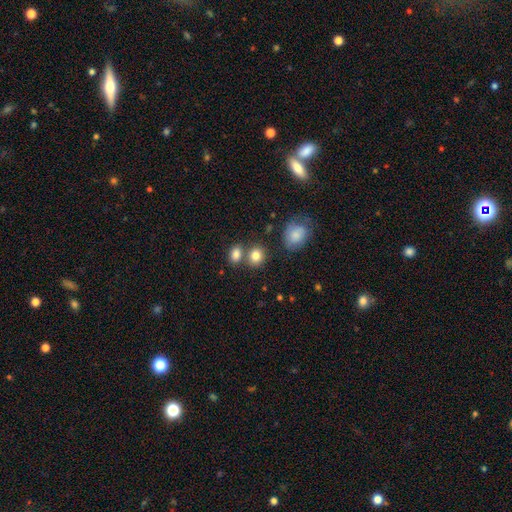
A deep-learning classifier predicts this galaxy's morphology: smooth-or-featured: smooth: 82% | star or artifact: 11% | featured or disk: 7%
  how-rounded: round: 67% | in between: 32% | cigar-shaped: 1%
  merging: none: 61% | merger: 26% | minor disturbance: 10% | major disturbance: 4%